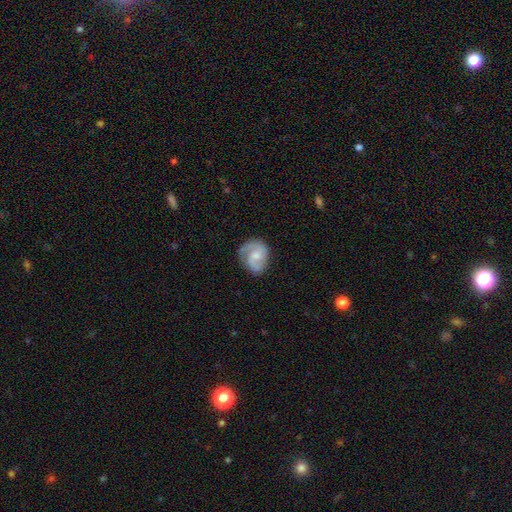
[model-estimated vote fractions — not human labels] This appears to be a featured or disk galaxy (72%) with no bar (57%), 2 (77%) medium (49%) spiral arms (95%) and a small central bulge (44%). Merging: none (69%).